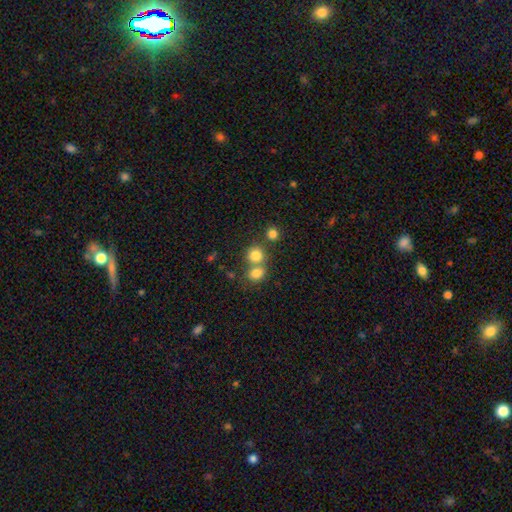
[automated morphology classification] The model was most divided on "merging": none: 51%, merger: 38%, minor disturbance: 8%, major disturbance: 3%. More confident: how rounded — round (80%); smooth or featured — smooth (79%).